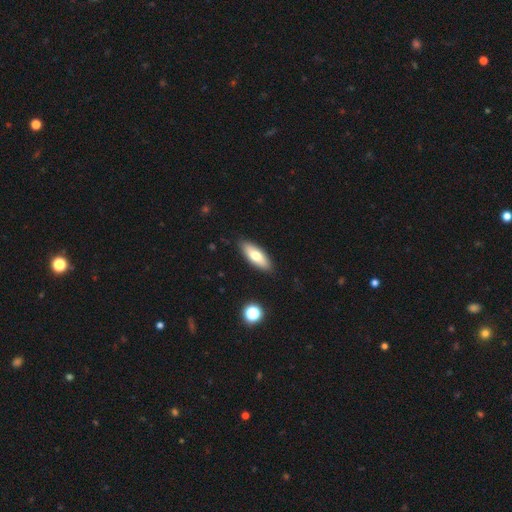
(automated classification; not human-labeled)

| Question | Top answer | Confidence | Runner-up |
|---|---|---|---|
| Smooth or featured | smooth | 71% | featured or disk (23%) |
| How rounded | in between | 69% | cigar-shaped (29%) |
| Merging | none | 87% | minor disturbance (9%) |